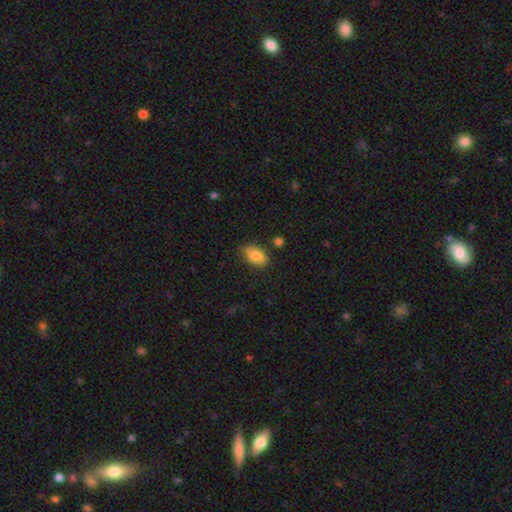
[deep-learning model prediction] Smooth or featured?
  - smooth: 86% *
  - star or artifact: 7%
  - featured or disk: 7%
How rounded?
  - in between: 91% *
  - round: 6%
  - cigar-shaped: 3%
Merging?
  - none: 78% *
  - minor disturbance: 16%
  - major disturbance: 3%
  - merger: 3%